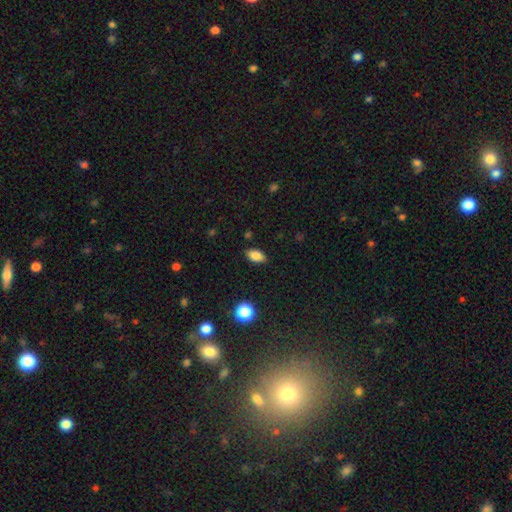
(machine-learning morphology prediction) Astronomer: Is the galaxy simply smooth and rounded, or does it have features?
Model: smooth — 83%.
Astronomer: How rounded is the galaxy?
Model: in between — 89%.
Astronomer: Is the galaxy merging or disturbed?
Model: none — 86%.